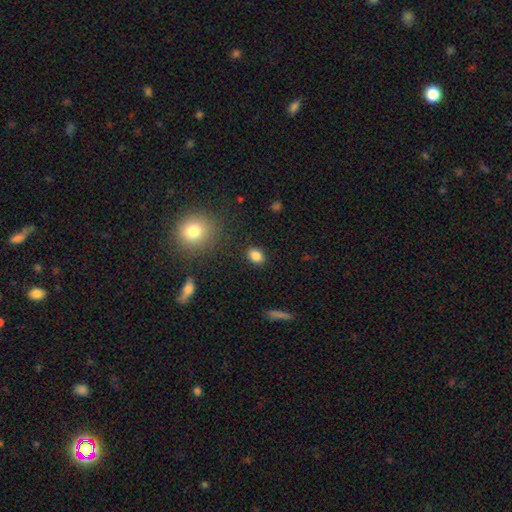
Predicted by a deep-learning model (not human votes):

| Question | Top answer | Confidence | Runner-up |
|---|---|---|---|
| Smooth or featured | smooth | 84% | star or artifact (10%) |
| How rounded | in between | 63% | round (36%) |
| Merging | none | 87% | minor disturbance (8%) |